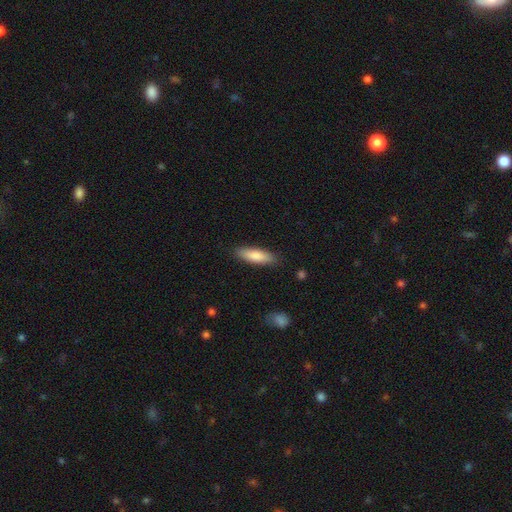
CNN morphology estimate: smooth 82%, featured or disk 13%, star or artifact 6%. Down the decision tree: how rounded — cigar-shaped (56%); merging — none (87%).